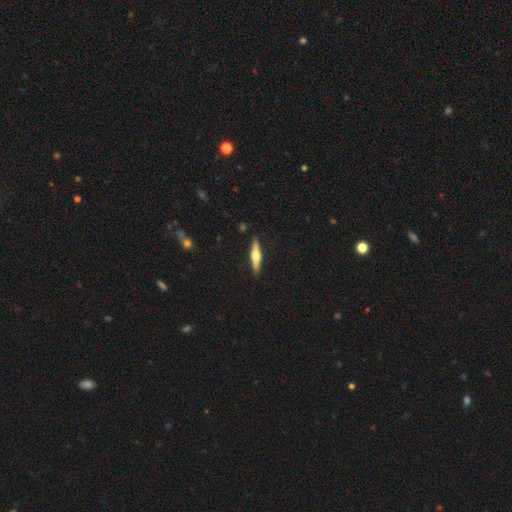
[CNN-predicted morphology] This is possibly a featured or disk galaxy (56%). It is clearly viewed edge-on (96%). Edge-on bulge: clearly rounded (92%). Merging: clearly none (90%).